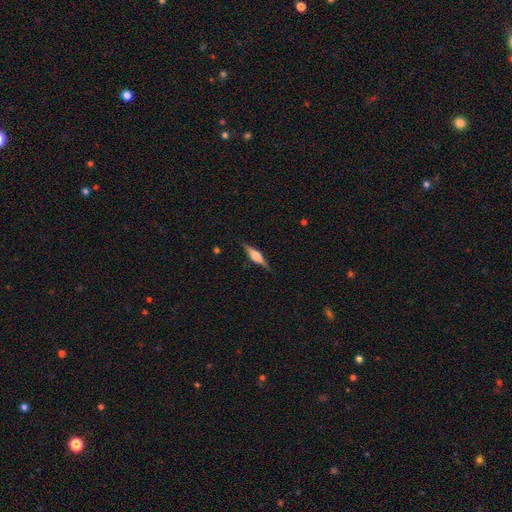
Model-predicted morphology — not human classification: Q: Smooth or featured?
A: featured or disk (71%); runner-up: smooth (22%)
Q: Edge-on disk?
A: yes (97%); runner-up: no (3%)
Q: Edge-on bulge?
A: rounded (81%); runner-up: boxy (17%)
Q: Merging?
A: none (87%); runner-up: minor disturbance (9%)